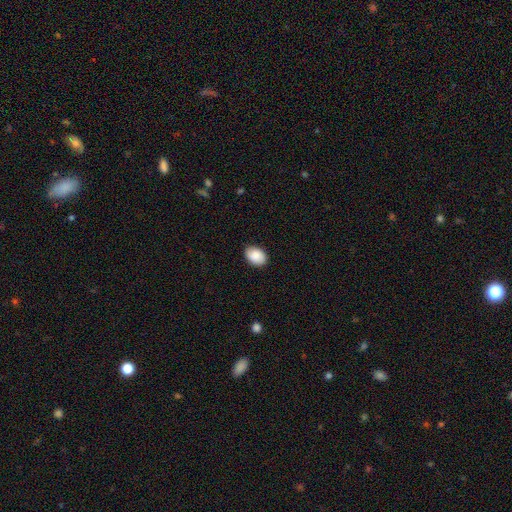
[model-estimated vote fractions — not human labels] A smooth galaxy with no disk features (88%) that is in between round and cigar-shaped (82%). Merging: none (87%).